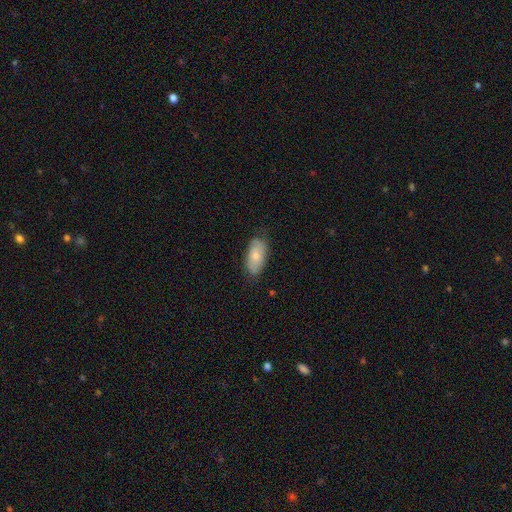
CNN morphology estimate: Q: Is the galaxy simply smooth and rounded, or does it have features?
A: smooth — 71%.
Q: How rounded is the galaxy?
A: in between — 93%.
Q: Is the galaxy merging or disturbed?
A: none — 73%.